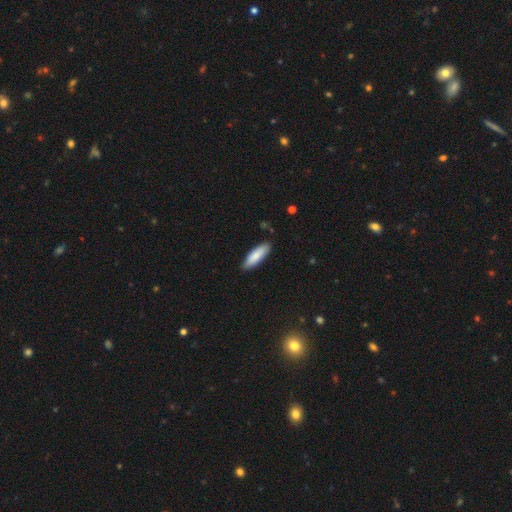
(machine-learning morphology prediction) Smooth or featured: smooth — 85% (featured or disk — 9%)
How rounded: cigar-shaped — 52% (in between — 47%)
Merging: none — 87% (minor disturbance — 10%)